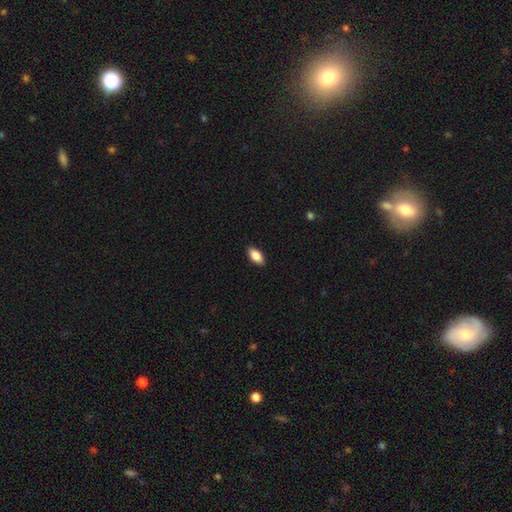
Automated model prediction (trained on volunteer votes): Smooth or featured: smooth — 85% (featured or disk — 8%)
How rounded: in between — 92% (cigar-shaped — 5%)
Merging: none — 89% (minor disturbance — 8%)